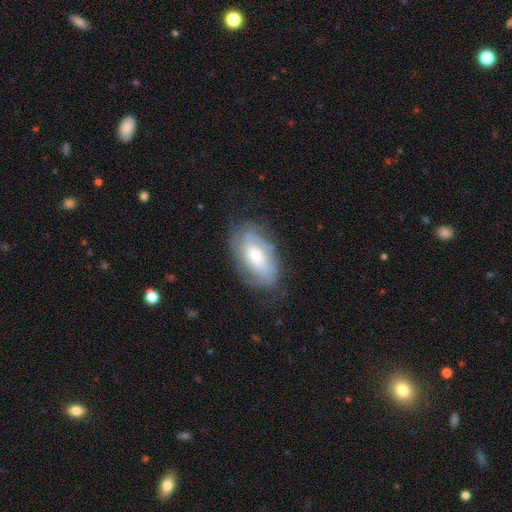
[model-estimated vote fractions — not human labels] This appears to be a featured or disk galaxy (58%) with no bar (64%), spiral arms (74%) and a moderate central bulge (50%). Merging: none (69%).